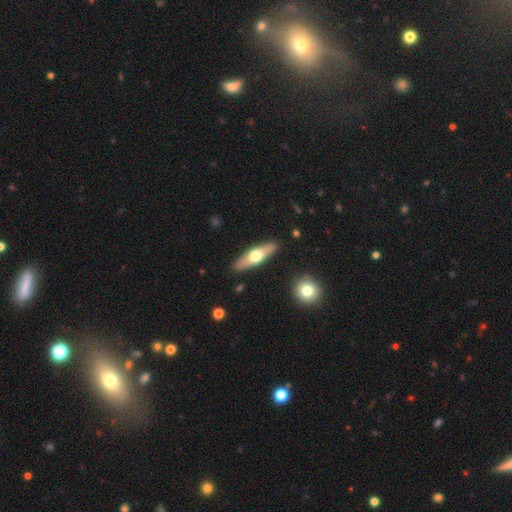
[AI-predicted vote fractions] Q: Smooth or featured?
A: smooth (50%); runner-up: featured or disk (45%)
Q: Merging?
A: none (88%); runner-up: minor disturbance (9%)